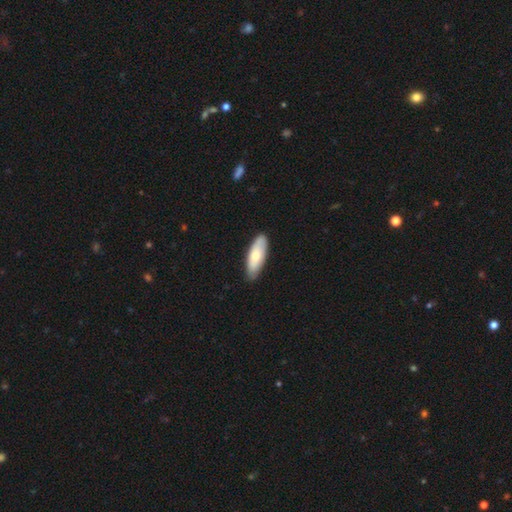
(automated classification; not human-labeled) Smooth or featured?
  - smooth: 65% *
  - featured or disk: 30%
  - star or artifact: 5%
How rounded?
  - in between: 70% *
  - cigar-shaped: 27%
  - round: 2%
Merging?
  - none: 85% *
  - minor disturbance: 12%
  - major disturbance: 2%
  - merger: 1%